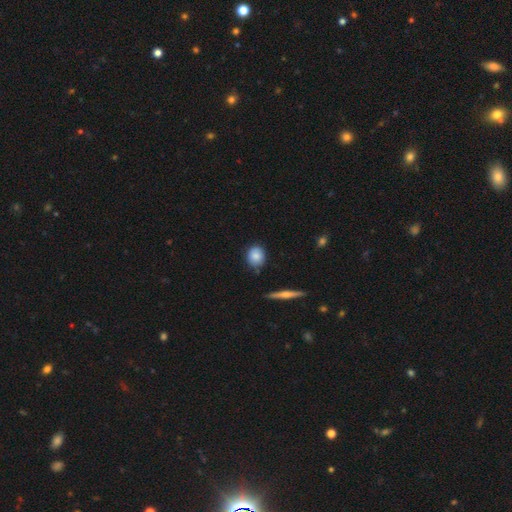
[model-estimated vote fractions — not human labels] This appears to be a smooth galaxy with no disk features (83%) that is round (62%). Merging: none (81%).